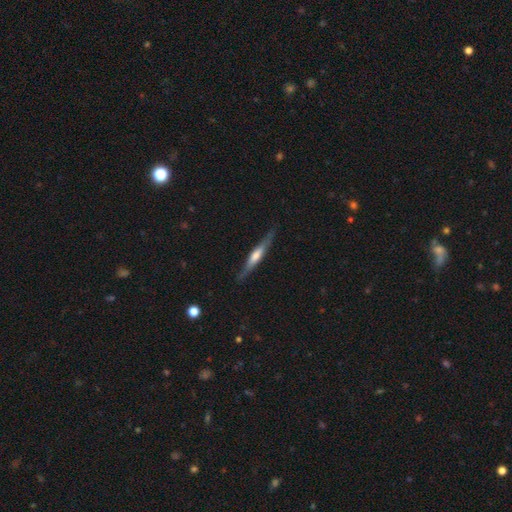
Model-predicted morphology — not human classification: Smooth or featured? Predicted: featured or disk (p=0.59). Edge-on disk? Predicted: yes (p=0.94). Edge-on bulge? Predicted: rounded (p=0.56). Merging? Predicted: none (p=0.84).